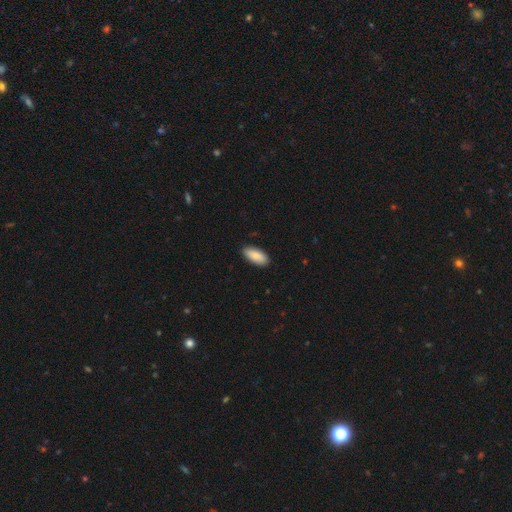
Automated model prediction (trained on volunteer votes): Overall: smooth (89%). How rounded: in between (89%). Merging: none (90%).